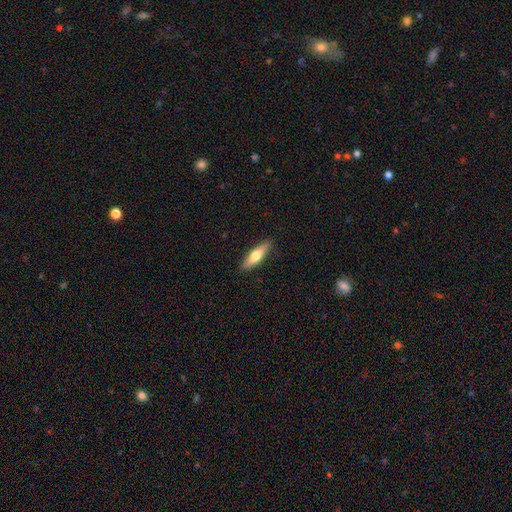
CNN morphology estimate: Smooth or featured? Predicted: smooth (p=0.62). How rounded? Predicted: cigar-shaped (p=0.64). Merging? Predicted: none (p=0.88).